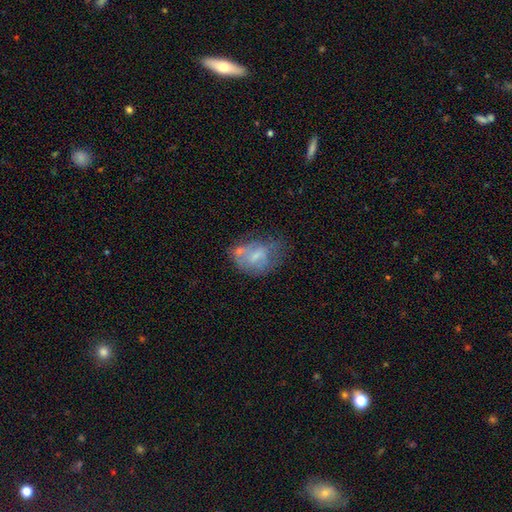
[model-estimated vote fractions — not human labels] smooth 45% (tied), featured or disk 45% (tied), star or artifact 10%. Down the decision tree: merging — none (31%).